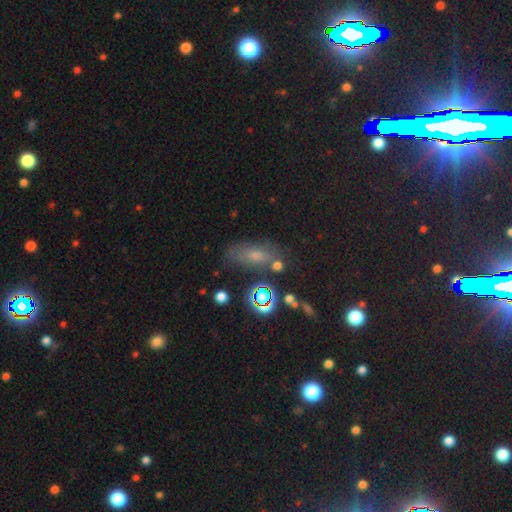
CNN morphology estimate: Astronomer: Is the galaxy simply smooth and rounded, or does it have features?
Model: smooth — 49% (runner-up: star or artifact, 31%).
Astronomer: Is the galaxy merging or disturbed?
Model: none — 64%.